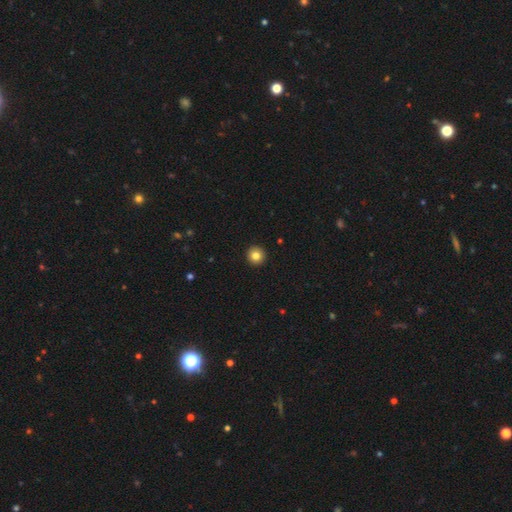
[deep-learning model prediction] This appears to be a smooth galaxy with no disk features (83%) that is round (96%). Merging: none (94%).